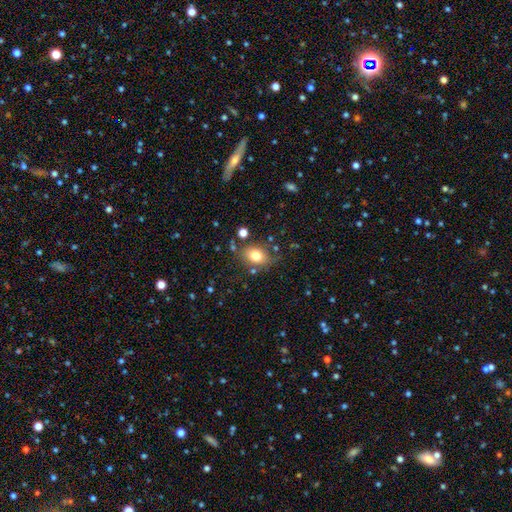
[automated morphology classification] This is likely a smooth galaxy (77%). How rounded: likely in between (64%). Merging: likely none (72%).